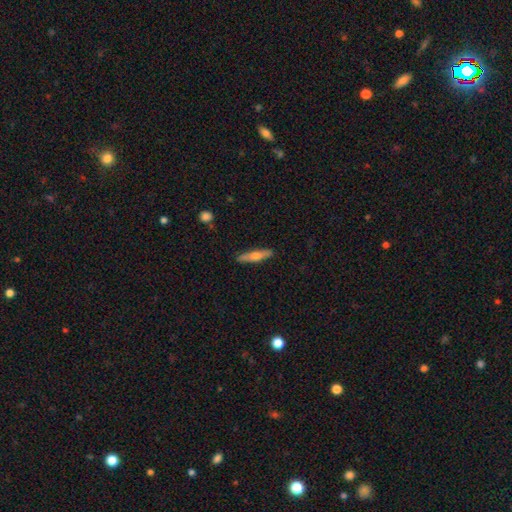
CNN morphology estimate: smooth_or_featured: smooth (p=0.52) [alt: featured or disk p=0.42]
how_rounded: cigar-shaped (p=0.84) [alt: in between p=0.14]
merging: none (p=0.89) [alt: minor disturbance p=0.08]